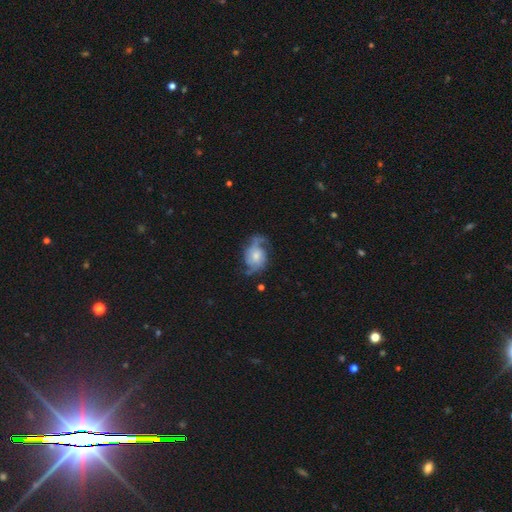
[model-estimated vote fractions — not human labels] Smooth or featured?
  - featured or disk: 72% *
  - smooth: 21%
  - star or artifact: 7%
Edge-on disk?
  - no: 97% *
  - yes: 3%
Bar?
  - no: 67% *
  - weak: 27%
  - strong: 5%
Spiral arms?
  - yes: 90% *
  - no: 10%
Spiral winding?
  - loose: 47% *
  - medium: 38%
  - tight: 15%
Spiral arm count?
  - 2: 78% *
  - can't tell: 9%
  - 1: 5%
  - 3: 4%
  - 4: 2%
  - more than 4: 2%
Bulge size?
  - small: 43% *
  - moderate: 39%
  - large: 9%
  - none: 6%
  - dominant: 2%
Merging?
  - none: 54% *
  - minor disturbance: 24%
  - major disturbance: 20%
  - merger: 3%